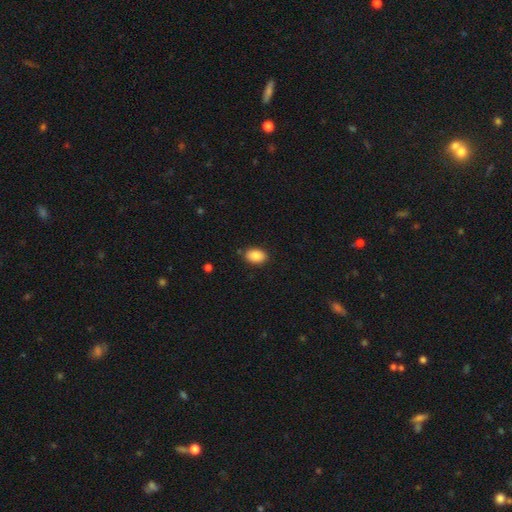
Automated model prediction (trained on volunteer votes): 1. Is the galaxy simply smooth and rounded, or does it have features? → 88% smooth, 7% star or artifact, 4% featured or disk.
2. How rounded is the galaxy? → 87% in between, 12% round, 1% cigar-shaped.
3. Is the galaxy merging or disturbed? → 86% none, 10% minor disturbance, 2% major disturbance, 1% merger.